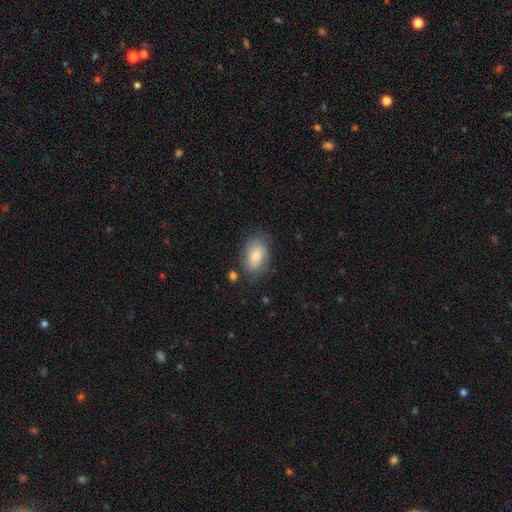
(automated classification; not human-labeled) Smooth or featured: smooth — 69% (featured or disk — 23%)
How rounded: in between — 85% (round — 13%)
Merging: none — 73% (minor disturbance — 19%)